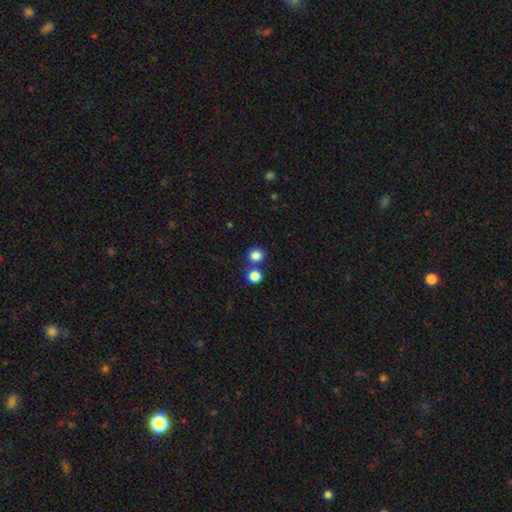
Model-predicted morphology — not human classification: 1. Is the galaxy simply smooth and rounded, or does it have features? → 83% smooth, 12% star or artifact, 5% featured or disk.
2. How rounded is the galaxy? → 88% round, 11% in between, 1% cigar-shaped.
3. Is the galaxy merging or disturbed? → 69% none, 20% merger, 8% minor disturbance, 3% major disturbance.